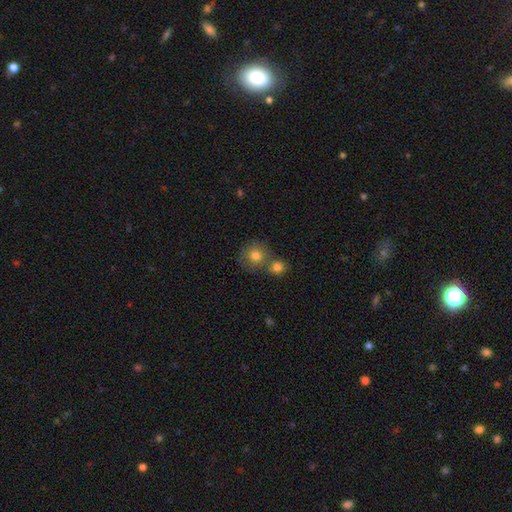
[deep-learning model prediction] smooth 78%, featured or disk 13%, star or artifact 9%. Down the decision tree: how rounded — round (87%); merging — none (48%).